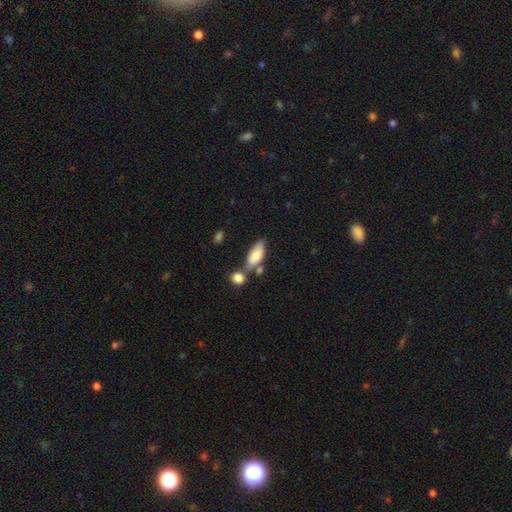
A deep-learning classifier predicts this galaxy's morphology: type=smooth (81%); roundness=in between (82%); merging=none (50%).